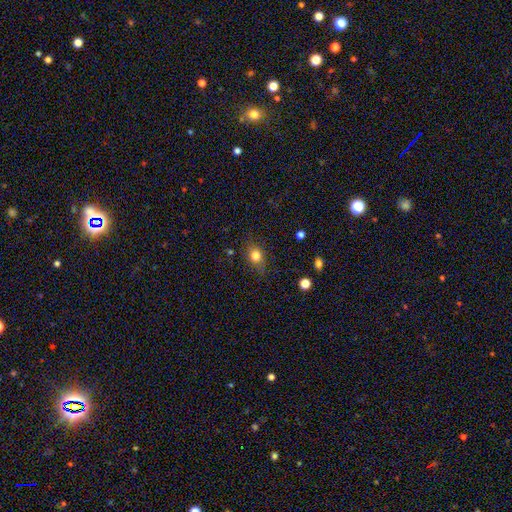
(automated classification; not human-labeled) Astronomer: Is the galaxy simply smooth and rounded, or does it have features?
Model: smooth — 78%.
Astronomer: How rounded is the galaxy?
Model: round — 50% (runner-up: in between, 47%).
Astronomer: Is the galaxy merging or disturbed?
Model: none — 76%.